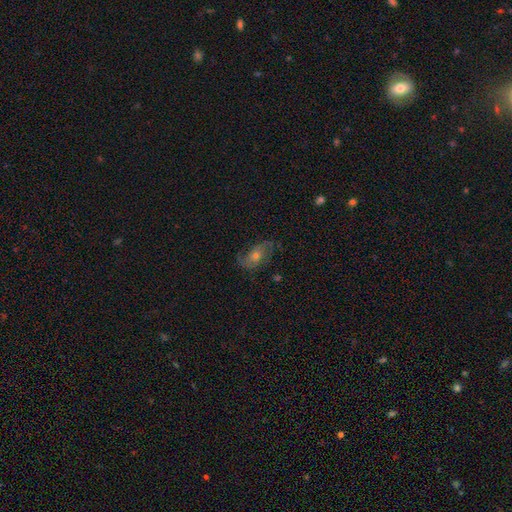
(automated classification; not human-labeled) Smooth or featured?
  - featured or disk: 68% *
  - smooth: 20%
  - star or artifact: 13%
Edge-on disk?
  - no: 94% *
  - yes: 6%
Bar?
  - no: 70% *
  - weak: 24%
  - strong: 6%
Spiral arms?
  - yes: 89% *
  - no: 11%
Spiral winding?
  - medium: 42% *
  - loose: 37%
  - tight: 21%
Spiral arm count?
  - 2: 76% *
  - can't tell: 12%
  - 3: 4%
  - 1: 4%
  - 4: 2%
  - more than 4: 2%
Bulge size?
  - moderate: 52% *
  - small: 42%
  - large: 4%
  - none: 2%
  - dominant: 1%
Merging?
  - none: 72% *
  - minor disturbance: 18%
  - major disturbance: 9%
  - merger: 1%